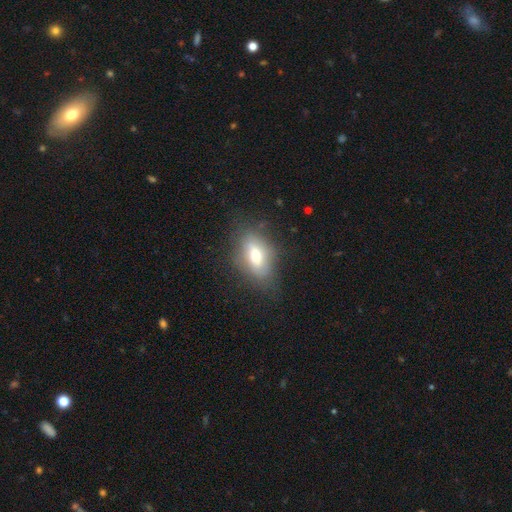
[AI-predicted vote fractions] This appears to be a smooth galaxy with no disk features (64%) that is in between round and cigar-shaped (84%). Merging: none (68%).